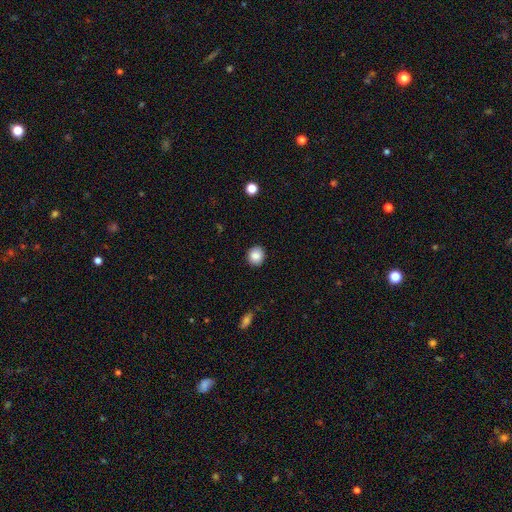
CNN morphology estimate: This appears to be a smooth galaxy with no disk features (87%) that is round (85%). Merging: none (90%).